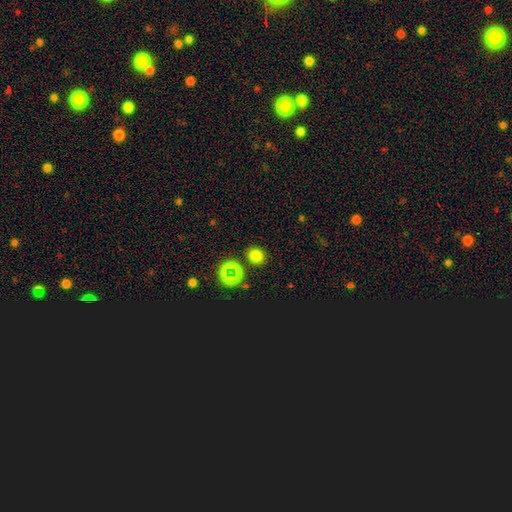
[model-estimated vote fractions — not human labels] Overall: smooth (71%). How rounded: round (80%). Merging: none (86%).